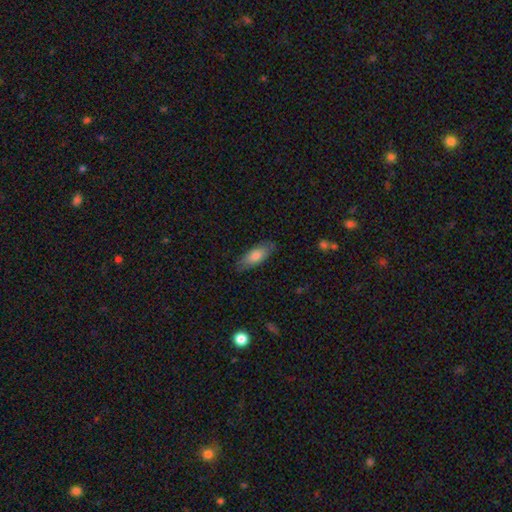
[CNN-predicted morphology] Smooth or featured?
  - smooth: 74% *
  - featured or disk: 20%
  - star or artifact: 6%
How rounded?
  - in between: 77% *
  - cigar-shaped: 21%
  - round: 2%
Merging?
  - none: 80% *
  - minor disturbance: 16%
  - major disturbance: 3%
  - merger: 1%